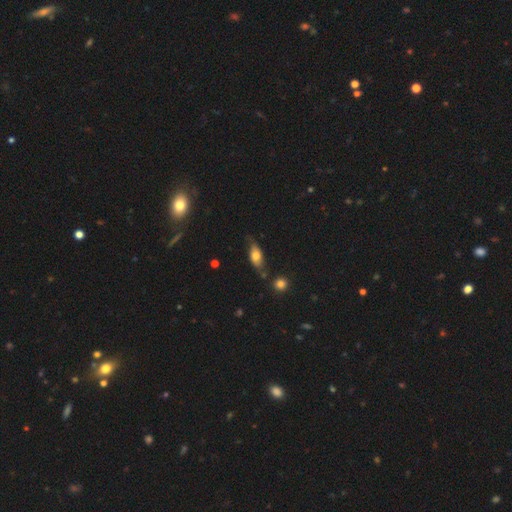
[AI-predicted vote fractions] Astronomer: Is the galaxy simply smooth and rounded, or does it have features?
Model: smooth — 61%.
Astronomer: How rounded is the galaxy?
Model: in between — 79%.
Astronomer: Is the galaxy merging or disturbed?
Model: none — 61%.